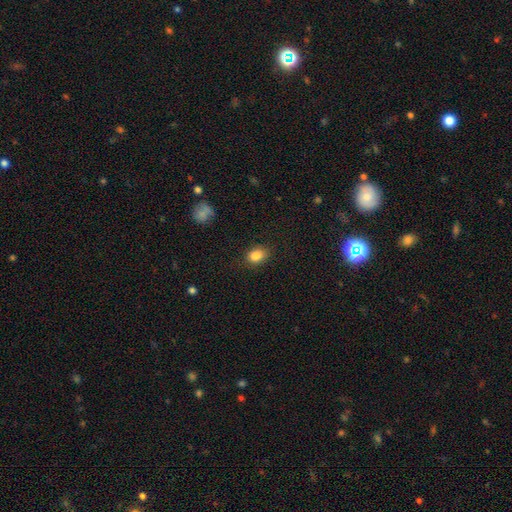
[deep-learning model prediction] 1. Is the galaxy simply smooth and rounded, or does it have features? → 85% smooth, 10% star or artifact, 5% featured or disk.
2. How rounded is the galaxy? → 61% in between, 38% round, 1% cigar-shaped.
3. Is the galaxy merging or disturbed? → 83% none, 12% minor disturbance, 3% major disturbance, 1% merger.